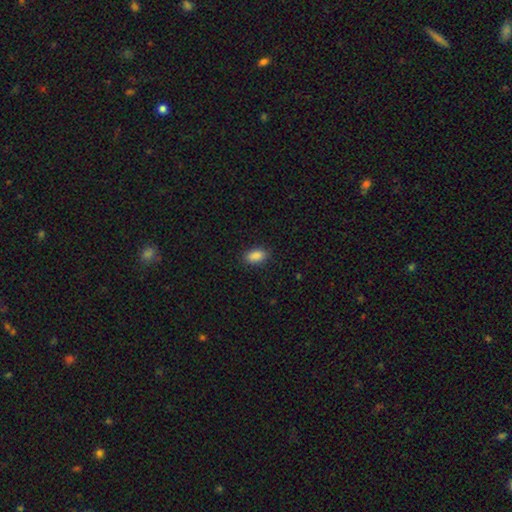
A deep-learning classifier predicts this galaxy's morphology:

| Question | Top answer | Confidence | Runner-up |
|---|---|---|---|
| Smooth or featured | smooth | 89% | star or artifact (8%) |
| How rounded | in between | 91% | round (6%) |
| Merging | none | 87% | minor disturbance (10%) |